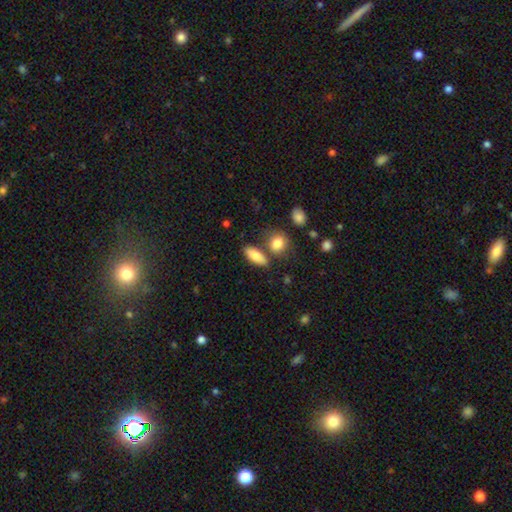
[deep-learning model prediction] Smooth or featured? smooth (83%)
How rounded? in between (78%)
Merging? none (72%)